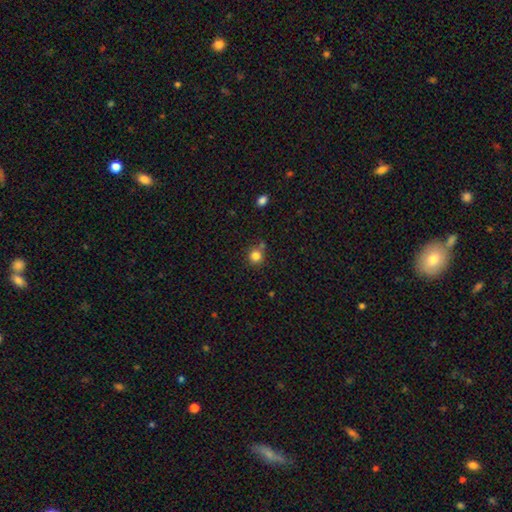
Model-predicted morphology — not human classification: This is clearly a smooth galaxy (82%). How rounded: clearly round (91%). Merging: likely none (69%).